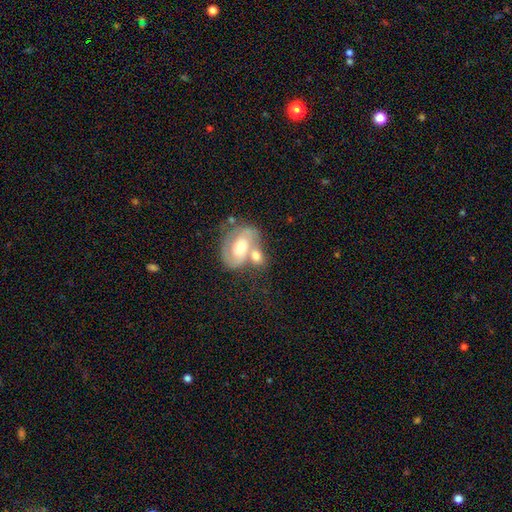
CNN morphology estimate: smooth_or_featured: featured or disk (p=0.63) [alt: smooth p=0.31]
disk_edge_on: no (p=0.96) [alt: yes p=0.04]
bar: no (p=0.56) [alt: weak p=0.34]
has_spiral_arms: yes (p=0.75) [alt: no p=0.25]
bulge_size: moderate (p=0.63) [alt: large p=0.17]
merging: merger (p=0.49) [alt: none p=0.28]